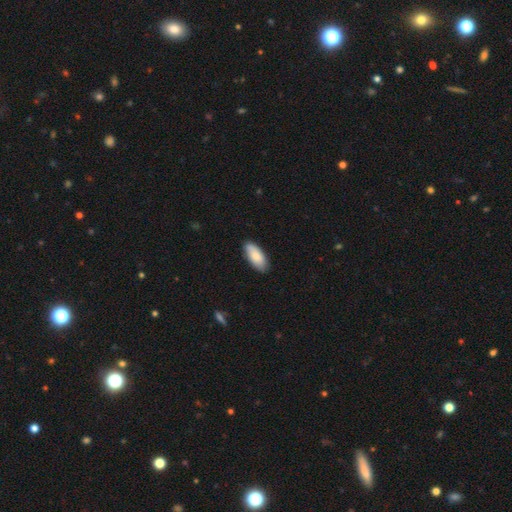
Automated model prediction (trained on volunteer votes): This is clearly a smooth galaxy (81%). How rounded: clearly in between (89%). Merging: clearly none (84%).